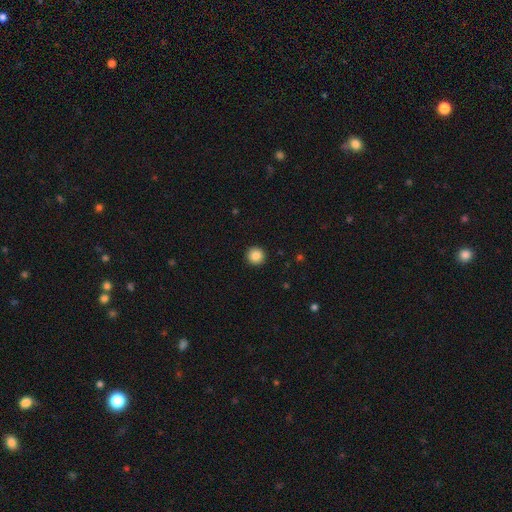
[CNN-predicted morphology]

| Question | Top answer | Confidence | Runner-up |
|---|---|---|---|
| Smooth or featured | smooth | 87% | star or artifact (9%) |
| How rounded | round | 95% | in between (4%) |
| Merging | none | 93% | minor disturbance (4%) |